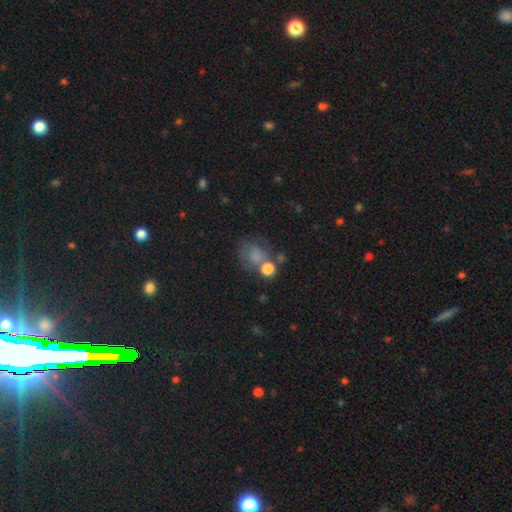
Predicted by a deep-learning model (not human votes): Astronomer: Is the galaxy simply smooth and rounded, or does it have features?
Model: smooth — 69%.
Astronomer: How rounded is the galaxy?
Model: round — 66%.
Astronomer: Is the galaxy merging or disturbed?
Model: none — 44% (runner-up: merger, 21%).